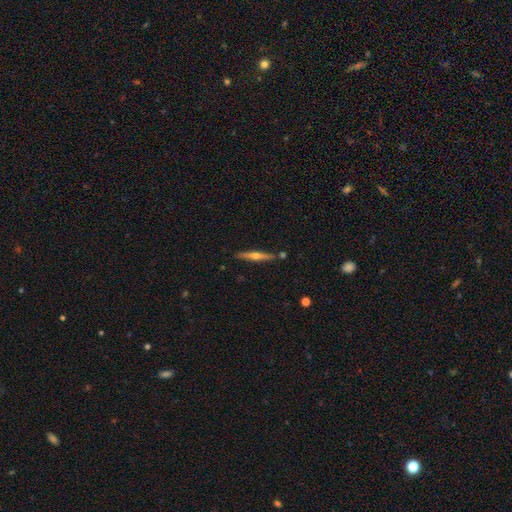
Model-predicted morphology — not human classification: This appears to be a featured or disk galaxy (69%) viewed edge-on (97%) with a rounded central bulge (91%). Merging: none (86%).